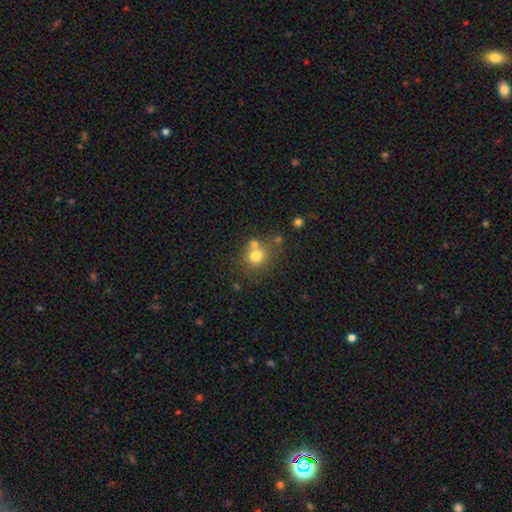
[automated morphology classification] This is likely a smooth galaxy (73%). How rounded: clearly round (80%). Merging: possibly none (55%).